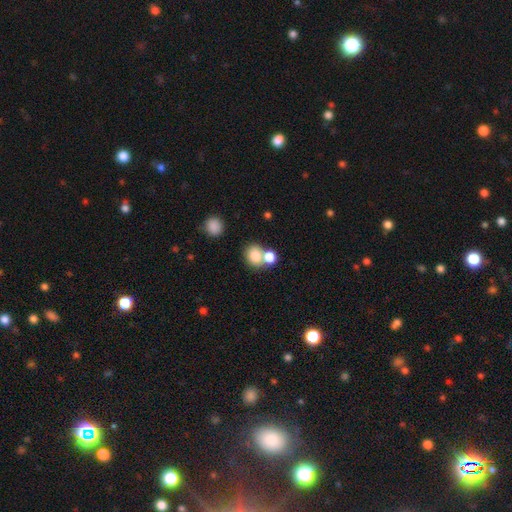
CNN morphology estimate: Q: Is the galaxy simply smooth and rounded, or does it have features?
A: smooth — 81%.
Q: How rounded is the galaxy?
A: round — 62%.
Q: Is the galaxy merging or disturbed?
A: none — 45%.